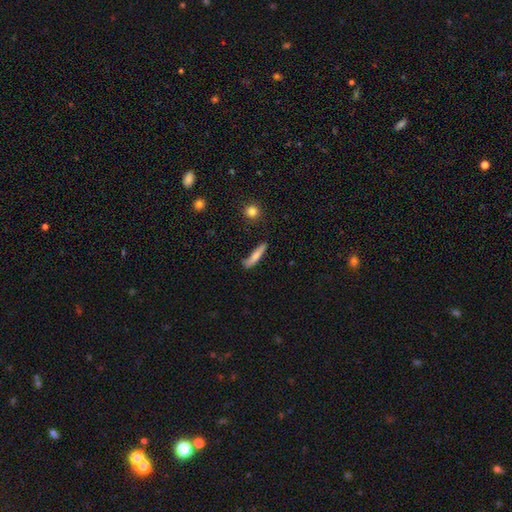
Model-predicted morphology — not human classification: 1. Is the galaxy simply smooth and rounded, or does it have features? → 70% smooth, 24% featured or disk, 6% star or artifact.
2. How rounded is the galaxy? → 86% cigar-shaped, 12% in between, 2% round.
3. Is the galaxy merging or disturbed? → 75% none, 18% minor disturbance, 4% major disturbance, 3% merger.